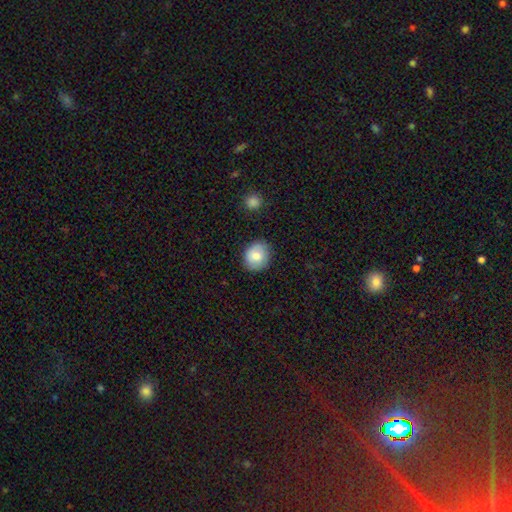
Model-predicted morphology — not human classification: type=smooth (79%); roundness=round (66%); merging=none (82%).